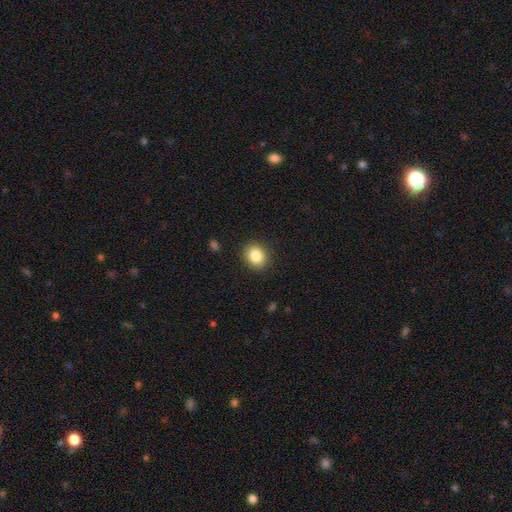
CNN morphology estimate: Smooth or featured: smooth — 85% (star or artifact — 9%)
How rounded: round — 62% (in between — 37%)
Merging: none — 89% (minor disturbance — 8%)